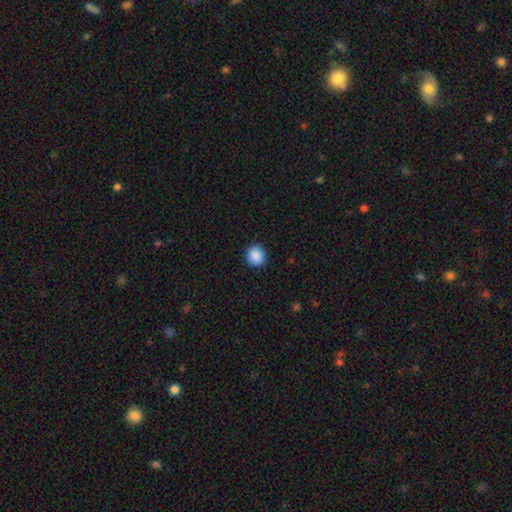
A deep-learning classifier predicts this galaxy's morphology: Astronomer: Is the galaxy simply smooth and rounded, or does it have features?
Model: smooth — 89%.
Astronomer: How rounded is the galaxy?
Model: round — 88%.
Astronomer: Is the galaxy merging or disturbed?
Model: none — 91%.